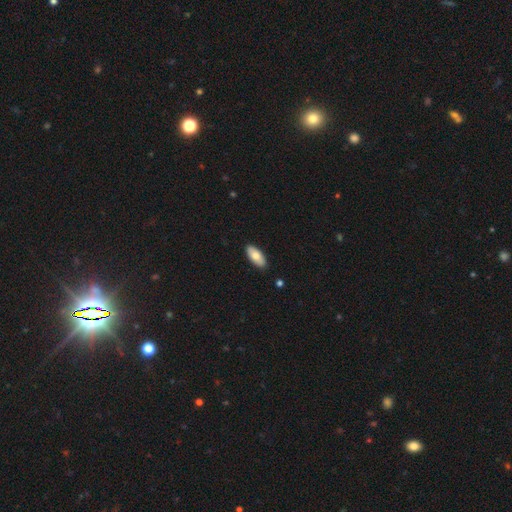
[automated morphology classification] smooth_or_featured: smooth (p=0.74) [alt: featured or disk p=0.20]
how_rounded: in between (p=0.89) [alt: cigar-shaped p=0.09]
merging: none (p=0.90) [alt: minor disturbance p=0.07]